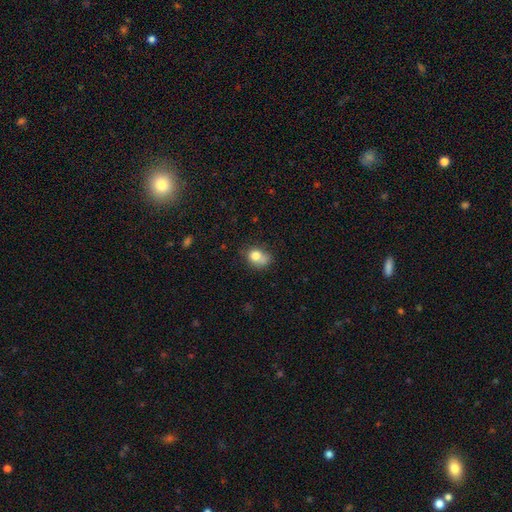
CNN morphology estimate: This appears to be a smooth galaxy with no disk features (77%) that is round (54%). Merging: none (46%).